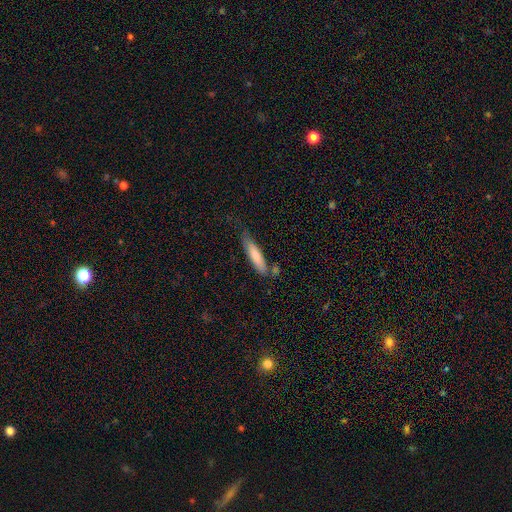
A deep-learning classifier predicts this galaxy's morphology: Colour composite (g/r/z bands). It shows a smooth galaxy with no disk features (77%) that is cigar-shaped (79%). Merging: none (61%).